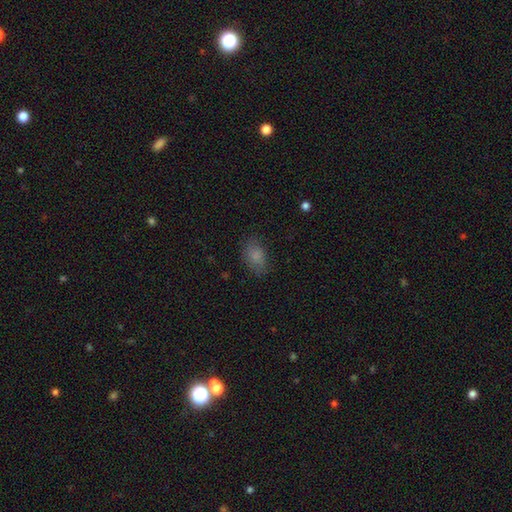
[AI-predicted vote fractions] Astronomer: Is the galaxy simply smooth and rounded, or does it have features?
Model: smooth — 81%.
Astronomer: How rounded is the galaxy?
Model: in between — 85%.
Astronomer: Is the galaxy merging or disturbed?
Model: none — 76%.